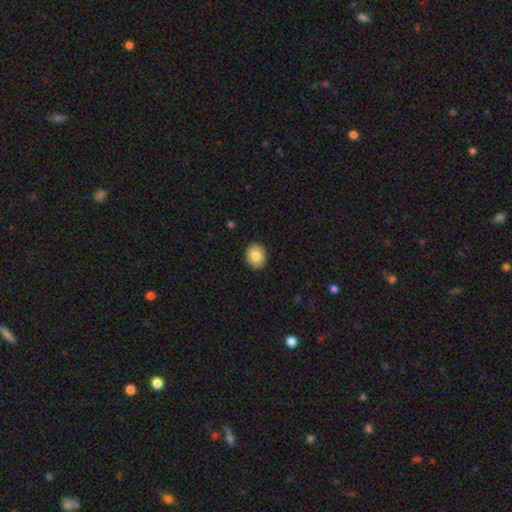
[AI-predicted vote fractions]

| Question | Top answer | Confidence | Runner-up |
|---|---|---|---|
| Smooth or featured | smooth | 82% | featured or disk (10%) |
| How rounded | round | 52% | in between (47%) |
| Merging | none | 90% | minor disturbance (7%) |